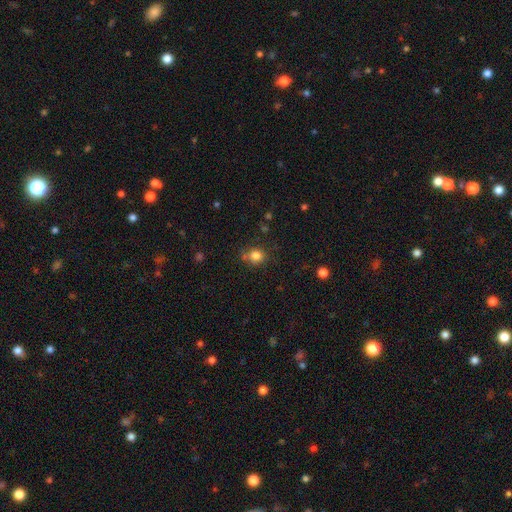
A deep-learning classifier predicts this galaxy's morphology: smooth_or_featured: smooth (p=0.82) [alt: star or artifact p=0.12]
how_rounded: round (p=0.74) [alt: in between p=0.25]
merging: none (p=0.69) [alt: minor disturbance p=0.16]